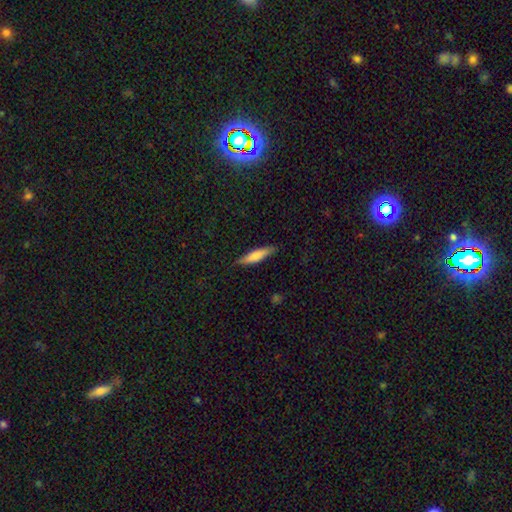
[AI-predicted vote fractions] smooth_or_featured: smooth (p=0.71) [alt: featured or disk p=0.23]
how_rounded: cigar-shaped (p=0.79) [alt: in between p=0.19]
merging: none (p=0.86) [alt: minor disturbance p=0.11]